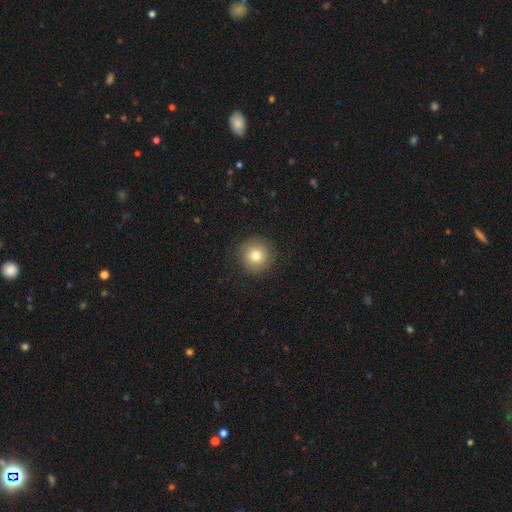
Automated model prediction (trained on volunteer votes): This is likely a smooth galaxy (76%). How rounded: clearly round (94%). Merging: clearly none (86%).